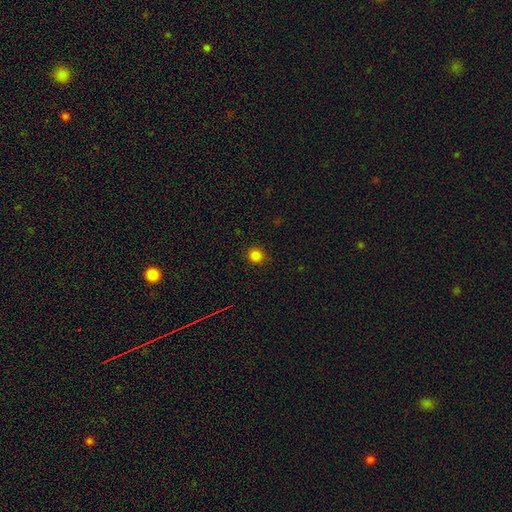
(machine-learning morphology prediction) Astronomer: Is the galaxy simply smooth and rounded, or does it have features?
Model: smooth — 82%.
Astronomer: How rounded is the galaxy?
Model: round — 88%.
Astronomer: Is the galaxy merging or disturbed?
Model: none — 89%.